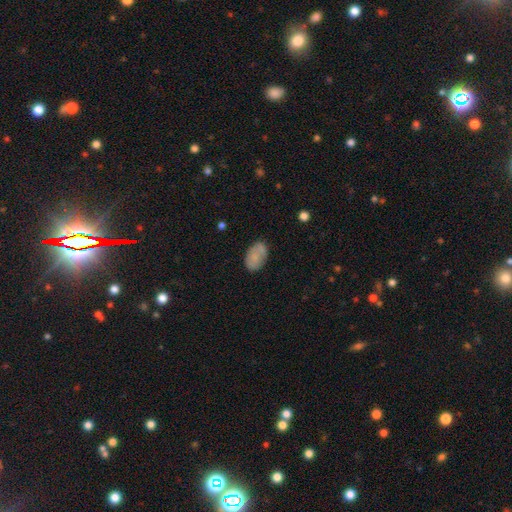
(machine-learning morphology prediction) smooth 73%, featured or disk 19%, star or artifact 8%. Down the decision tree: how rounded — in between (91%); merging — none (73%).